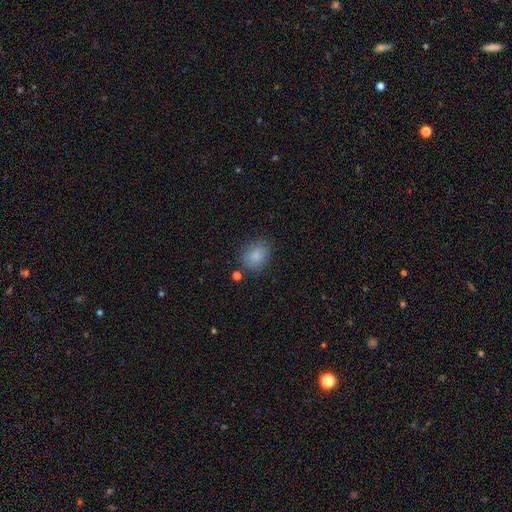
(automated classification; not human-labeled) Smooth or featured: smooth — 85% (star or artifact — 9%)
How rounded: in between — 53% (round — 46%)
Merging: none — 76% (minor disturbance — 16%)